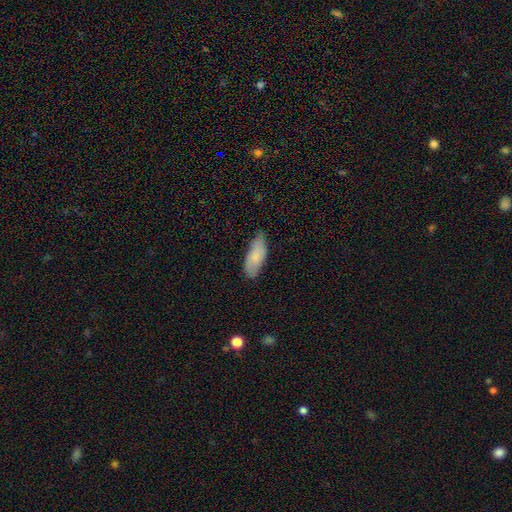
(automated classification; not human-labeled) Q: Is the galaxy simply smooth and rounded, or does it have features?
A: smooth — 80%.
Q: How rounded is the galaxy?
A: in between — 77%.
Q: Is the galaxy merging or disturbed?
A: none — 71%.